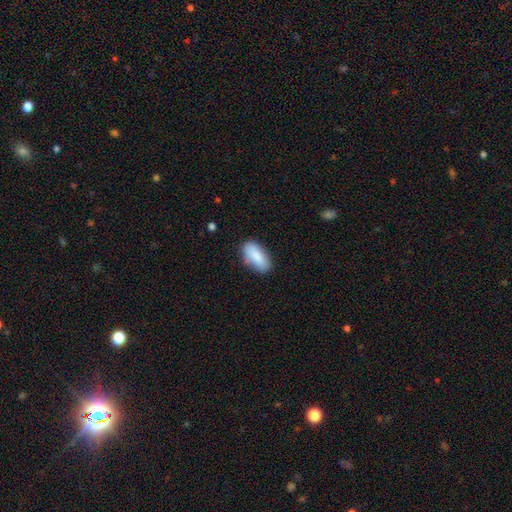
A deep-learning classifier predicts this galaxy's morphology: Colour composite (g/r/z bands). It shows a smooth galaxy with no disk features (87%) that is in between round and cigar-shaped (90%). Merging: none (81%).